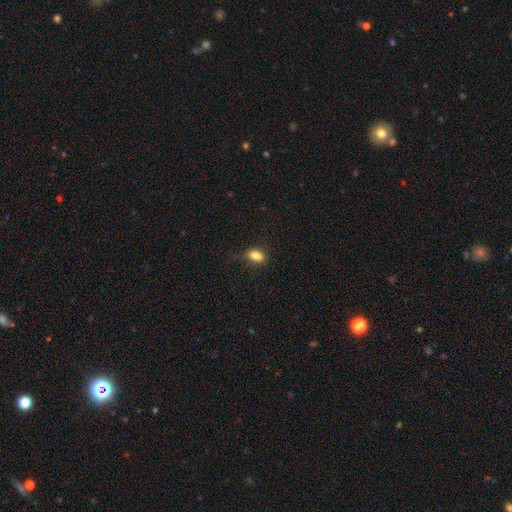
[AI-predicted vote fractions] Smooth or featured? smooth (82%)
How rounded? in between (83%)
Merging? none (73%)